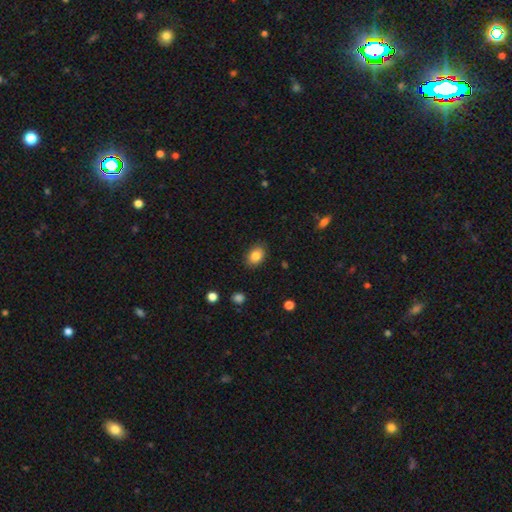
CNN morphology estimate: smooth_or_featured: smooth (p=0.85) [alt: star or artifact p=0.09]
how_rounded: in between (p=0.72) [alt: round p=0.27]
merging: none (p=0.86) [alt: minor disturbance p=0.10]